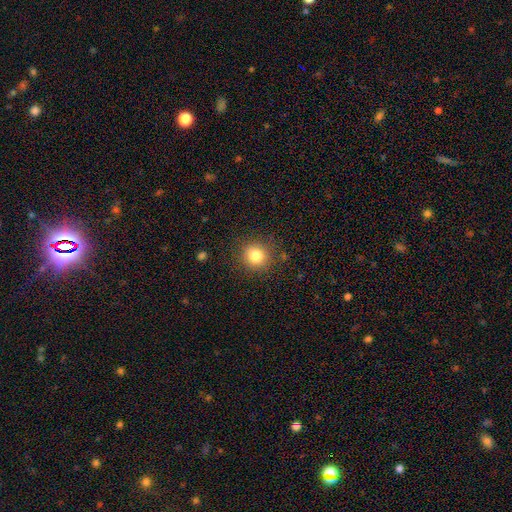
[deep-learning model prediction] smooth 81%, star or artifact 12%, featured or disk 7%. Down the decision tree: how rounded — round (91%); merging — none (88%).